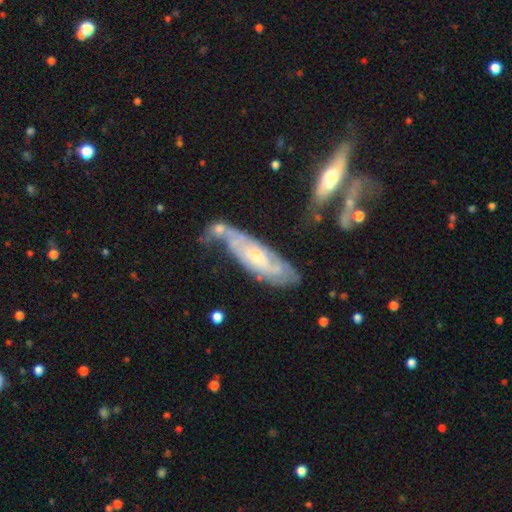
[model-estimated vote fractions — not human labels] smooth_or_featured: featured or disk (p=0.70) [alt: smooth p=0.24]
disk_edge_on: no (p=0.81) [alt: yes p=0.19]
bar: no (p=0.69) [alt: weak p=0.25]
has_spiral_arms: yes (p=0.83) [alt: no p=0.17]
bulge_size: small (p=0.66) [alt: moderate p=0.27]
merging: none (p=0.43) [alt: minor disturbance p=0.25]